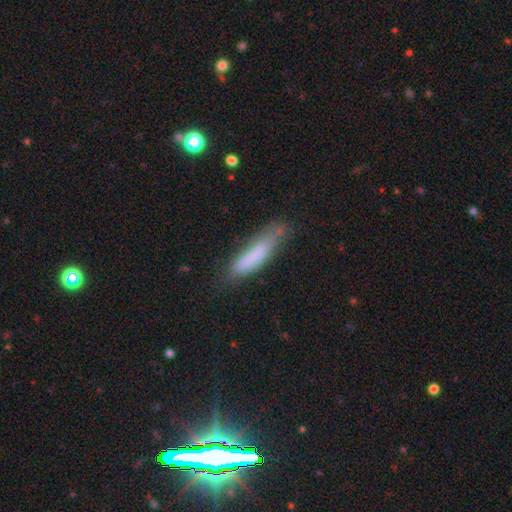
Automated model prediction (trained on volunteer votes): Smooth or featured: smooth — 74% (featured or disk — 18%)
How rounded: cigar-shaped — 79% (in between — 20%)
Merging: none — 59% (minor disturbance — 27%)